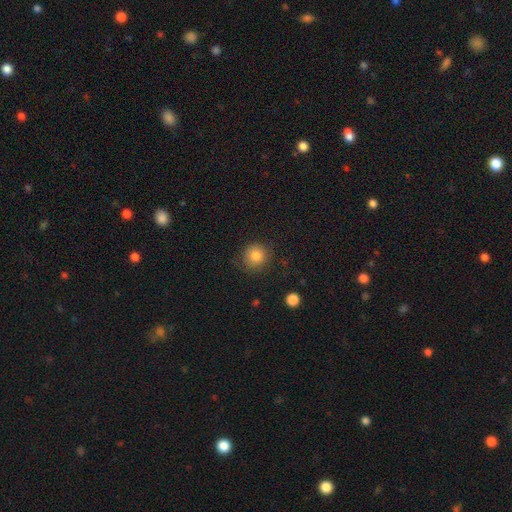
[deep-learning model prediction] Overall: smooth (83%). How rounded: round (90%). Merging: none (81%).